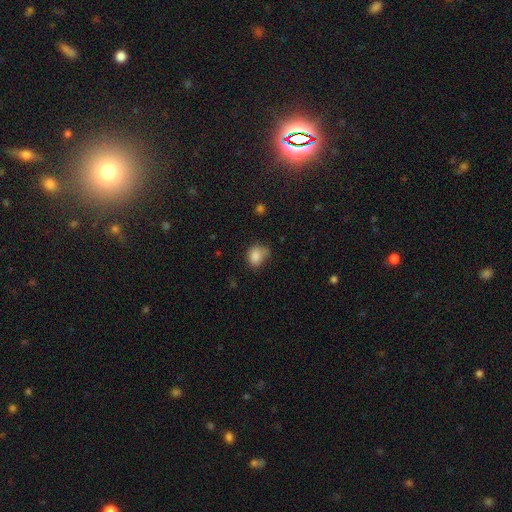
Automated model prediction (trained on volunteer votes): Smooth or featured? Predicted: smooth (p=0.83). How rounded? Predicted: round (p=0.50). Merging? Predicted: none (p=0.48).